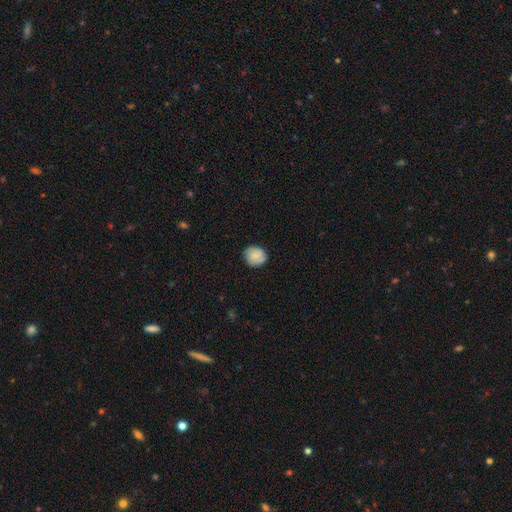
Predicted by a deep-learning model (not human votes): The model was most divided on "smooth or featured": smooth: 73%, featured or disk: 19%, star or artifact: 7%. More confident: merging — none (81%); how rounded — round (79%).